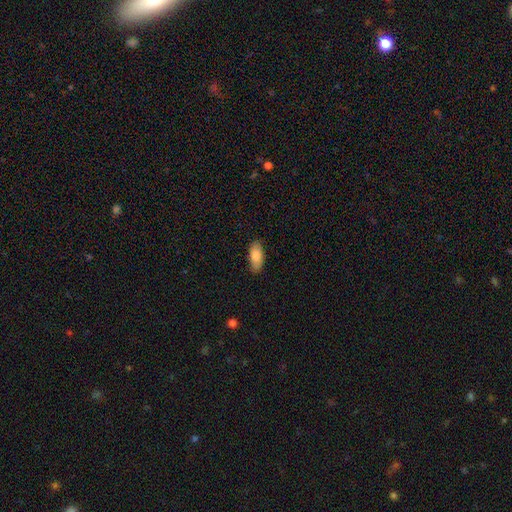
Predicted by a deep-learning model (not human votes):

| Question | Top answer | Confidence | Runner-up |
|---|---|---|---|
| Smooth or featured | smooth | 79% | featured or disk (15%) |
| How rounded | in between | 88% | cigar-shaped (10%) |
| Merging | none | 86% | minor disturbance (11%) |